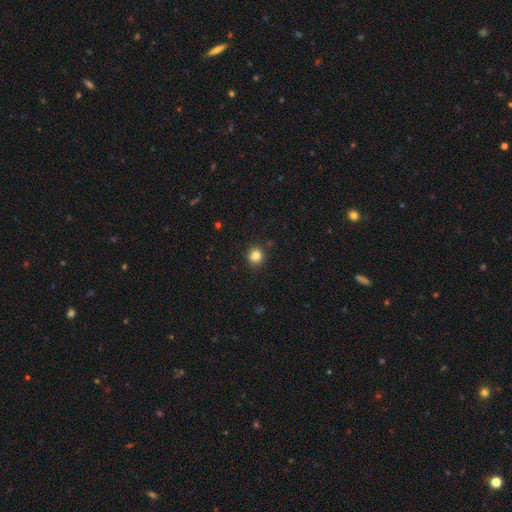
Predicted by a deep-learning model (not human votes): smooth-or-featured: smooth: 83% | star or artifact: 12% | featured or disk: 5%
  how-rounded: round: 90% | in between: 10% | cigar-shaped: 1%
  merging: none: 89% | minor disturbance: 7% | major disturbance: 2% | merger: 1%